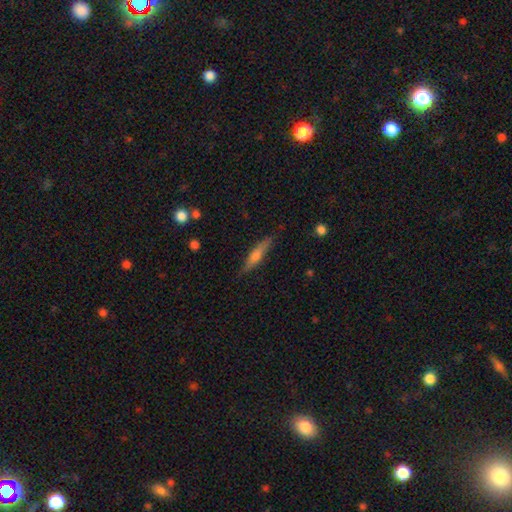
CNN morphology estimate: smooth-or-featured: featured or disk: 47% | smooth: 46% | star or artifact: 7%
  merging: none: 85% | minor disturbance: 11% | major disturbance: 2% | merger: 2%